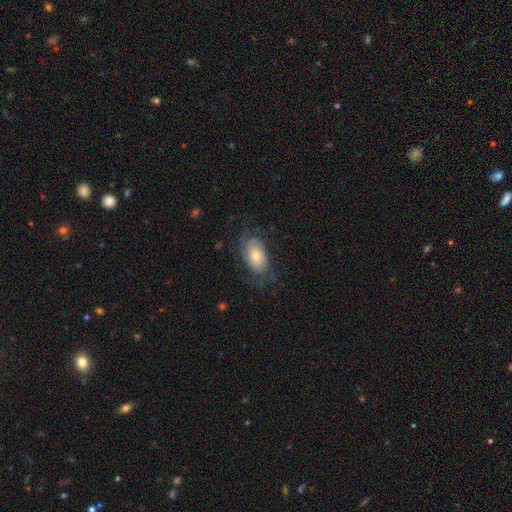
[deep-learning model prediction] Overall: featured or disk (54%; smooth 38%). Edge-on disk: no (93%). Bar: no (76%). Spiral arms: yes (81%). Bulge size: moderate (56%; small 27%). Merging: none (63%).